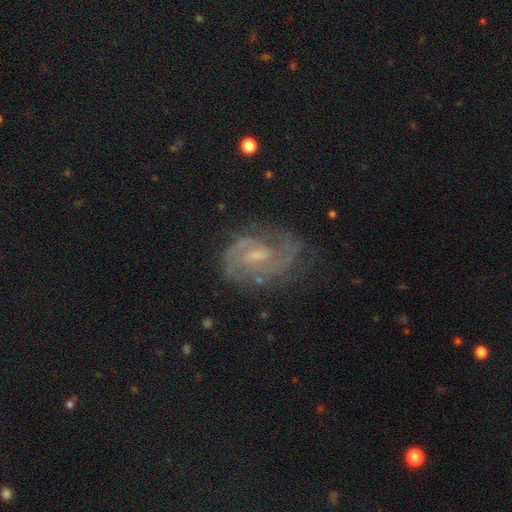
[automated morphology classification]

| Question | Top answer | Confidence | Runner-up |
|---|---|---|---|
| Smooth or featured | featured or disk | 83% | smooth (9%) |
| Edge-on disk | no | 97% | yes (3%) |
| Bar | weak | 61% | no (23%) |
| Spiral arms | yes | 94% | no (6%) |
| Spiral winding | medium | 45% | tight (42%) |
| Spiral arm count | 2 | 62% | can't tell (19%) |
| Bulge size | small | 52% | moderate (29%) |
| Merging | none | 67% | minor disturbance (20%) |